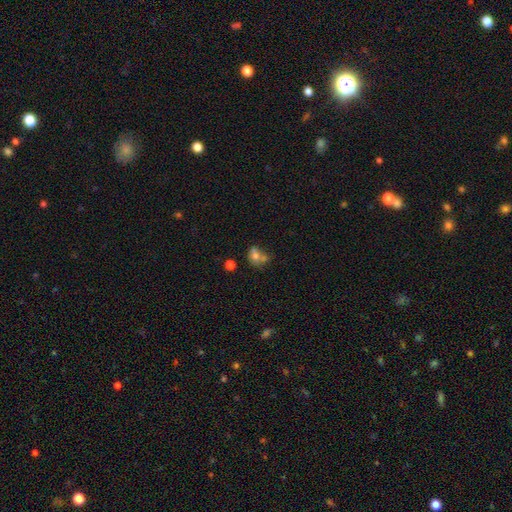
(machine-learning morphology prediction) Smooth or featured?
  - smooth: 69% *
  - featured or disk: 18%
  - star or artifact: 13%
How rounded?
  - in between: 52% *
  - round: 46%
  - cigar-shaped: 2%
Merging?
  - merger: 43% *
  - none: 32%
  - minor disturbance: 15%
  - major disturbance: 10%